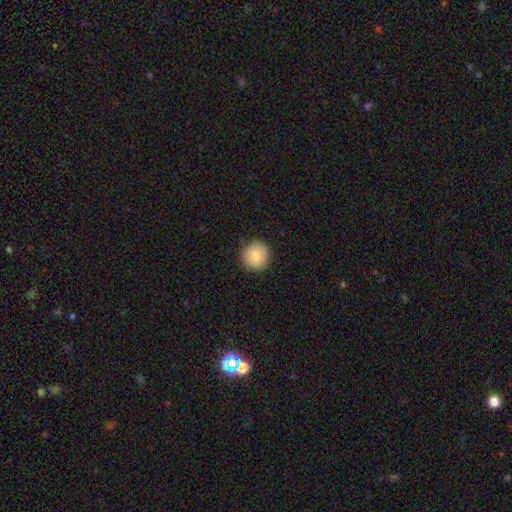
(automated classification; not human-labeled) Smooth or featured? Predicted: smooth (p=0.82). How rounded? Predicted: round (p=0.94). Merging? Predicted: none (p=0.87).